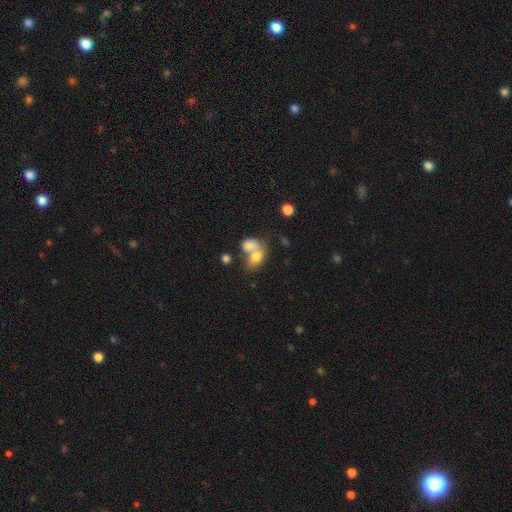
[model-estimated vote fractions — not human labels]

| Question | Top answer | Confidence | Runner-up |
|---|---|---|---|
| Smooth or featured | smooth | 74% | featured or disk (16%) |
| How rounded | in between | 73% | round (26%) |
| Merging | merger | 64% | none (22%) |